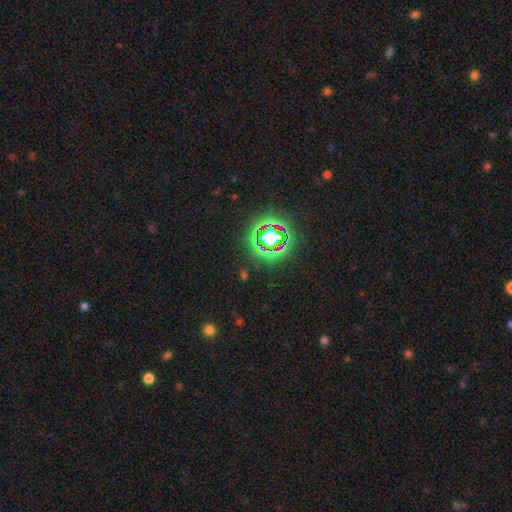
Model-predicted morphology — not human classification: A star or artifact, not a galaxy (82%).